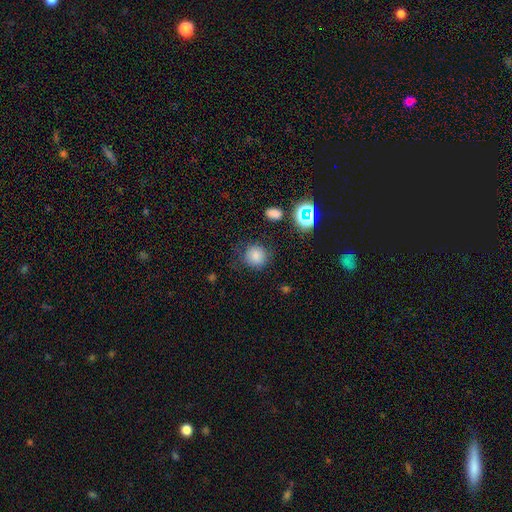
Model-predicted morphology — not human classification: Smooth or featured: smooth — 80% (star or artifact — 14%)
How rounded: round — 89% (in between — 10%)
Merging: none — 78% (minor disturbance — 14%)